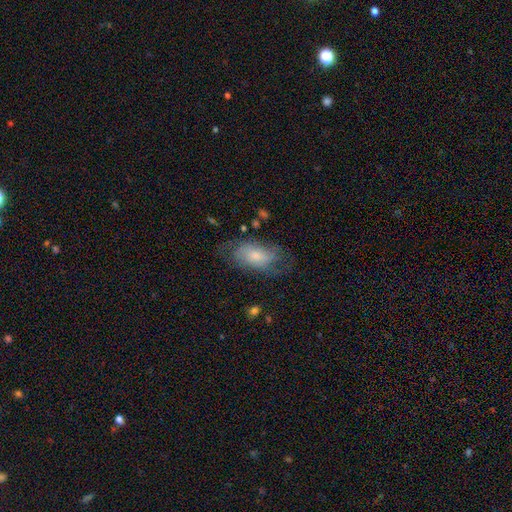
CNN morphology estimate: This appears to be a smooth galaxy with no disk features (55%) that is in between round and cigar-shaped (90%). Merging: none (56%).